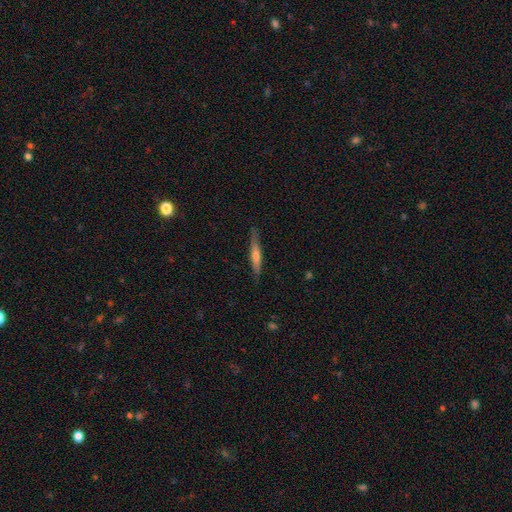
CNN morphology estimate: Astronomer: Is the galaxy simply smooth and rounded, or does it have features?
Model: smooth — 48% (runner-up: featured or disk, 46%).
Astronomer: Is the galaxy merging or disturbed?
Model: none — 86%.